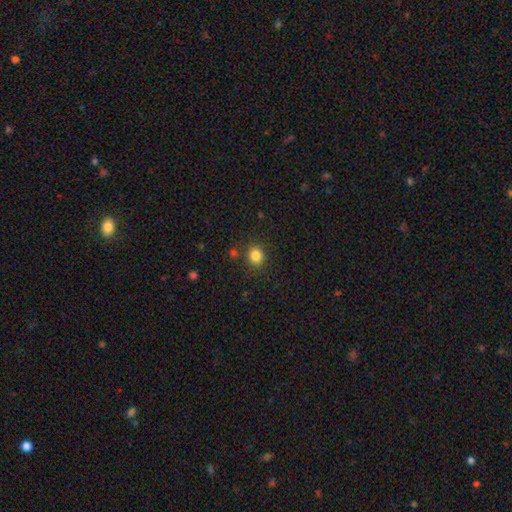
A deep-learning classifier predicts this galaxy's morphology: Overall: smooth (84%). How rounded: round (75%). Merging: none (84%).